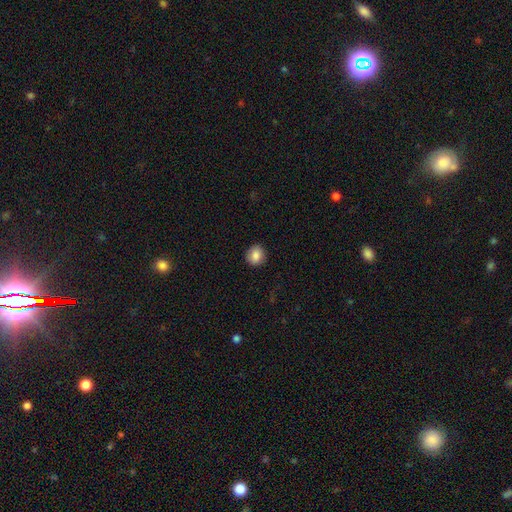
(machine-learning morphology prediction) smooth-or-featured: smooth: 86% | star or artifact: 9% | featured or disk: 6%
  how-rounded: round: 81% | in between: 18% | cigar-shaped: 1%
  merging: none: 89% | minor disturbance: 8% | major disturbance: 2% | merger: 1%